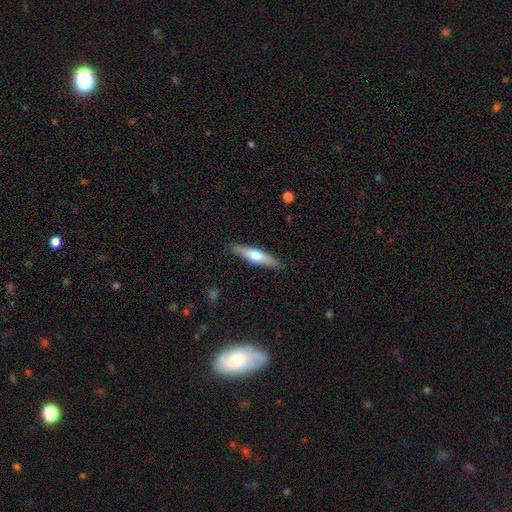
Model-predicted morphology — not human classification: A smooth galaxy with no disk features (48%). Merging: none (90%).